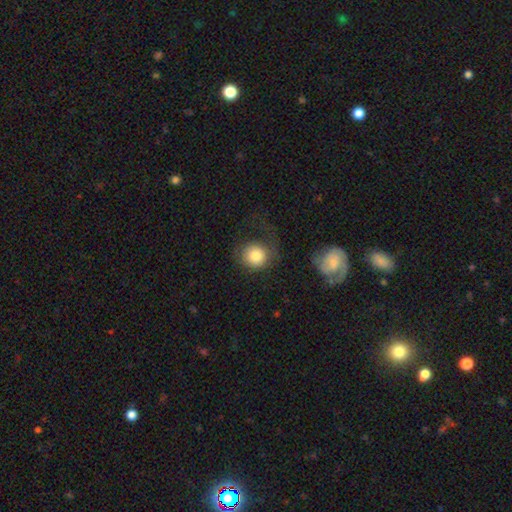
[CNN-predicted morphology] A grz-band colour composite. It shows a smooth galaxy with no disk features (79%) that is round (89%). Merging: none (56%).